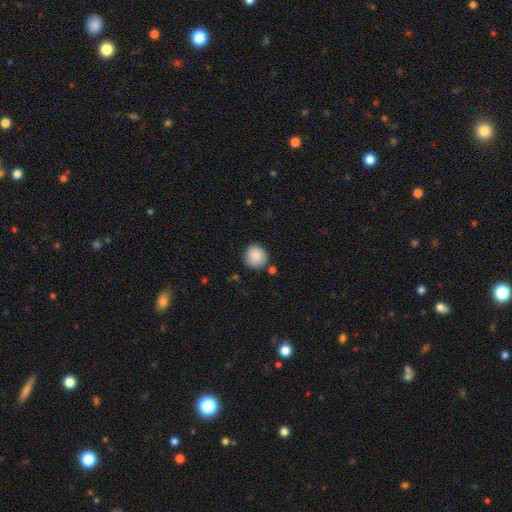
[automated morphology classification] Smooth or featured?
  - smooth: 88% *
  - star or artifact: 7%
  - featured or disk: 5%
How rounded?
  - round: 90% *
  - in between: 9%
  - cigar-shaped: 1%
Merging?
  - none: 79% *
  - minor disturbance: 12%
  - merger: 6%
  - major disturbance: 3%